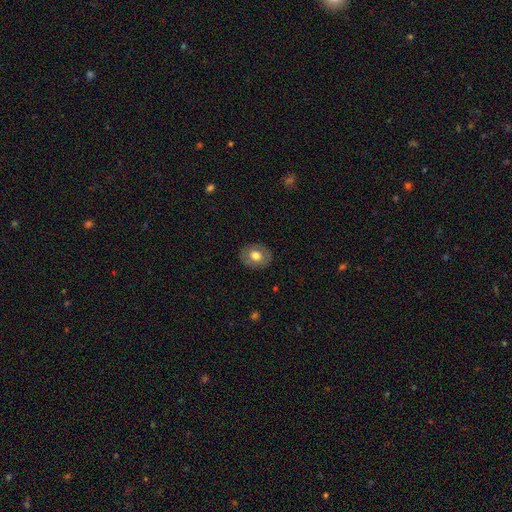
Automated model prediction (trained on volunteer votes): The model was most divided on "how rounded": in between: 50%, round: 49%, cigar-shaped: 1%. More confident: merging — none (86%); smooth or featured — smooth (67%).